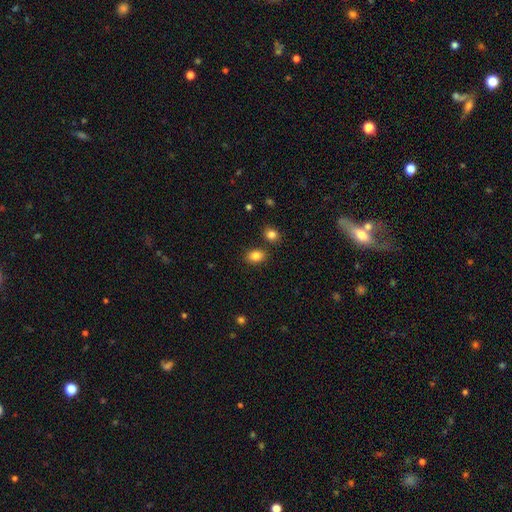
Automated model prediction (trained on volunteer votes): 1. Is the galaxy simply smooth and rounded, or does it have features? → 85% smooth, 10% star or artifact, 5% featured or disk.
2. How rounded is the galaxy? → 74% in between, 25% round, 1% cigar-shaped.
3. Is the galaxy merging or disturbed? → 80% none, 10% minor disturbance, 7% merger, 3% major disturbance.